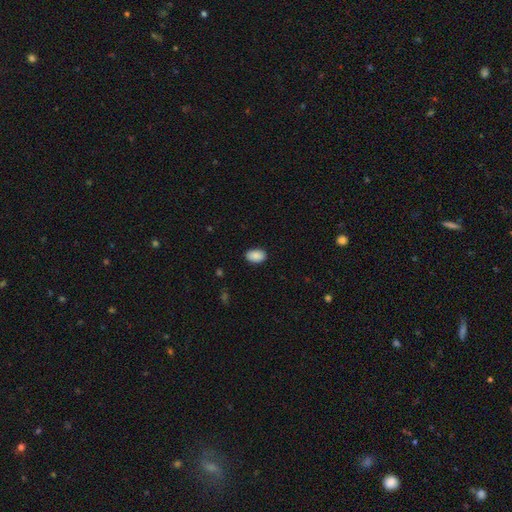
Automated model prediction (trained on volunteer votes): smooth-or-featured: smooth: 90% | star or artifact: 7% | featured or disk: 3%
  how-rounded: in between: 89% | round: 10% | cigar-shaped: 1%
  merging: none: 88% | minor disturbance: 9% | major disturbance: 2% | merger: 1%